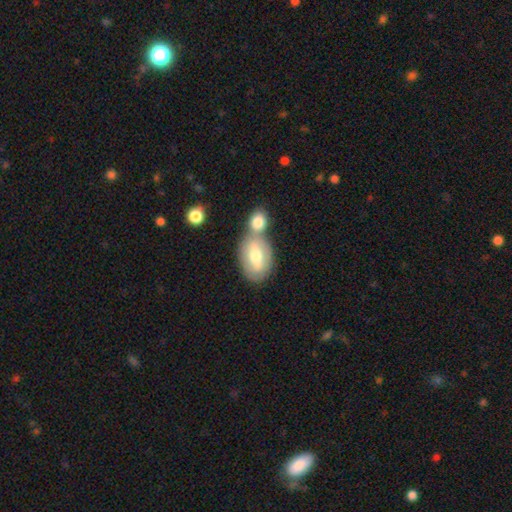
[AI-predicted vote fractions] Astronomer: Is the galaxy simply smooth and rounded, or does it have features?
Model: smooth — 51% (runner-up: featured or disk, 42%).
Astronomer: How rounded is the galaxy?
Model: in between — 86%.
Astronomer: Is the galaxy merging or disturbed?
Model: merger — 46% (runner-up: none, 38%).